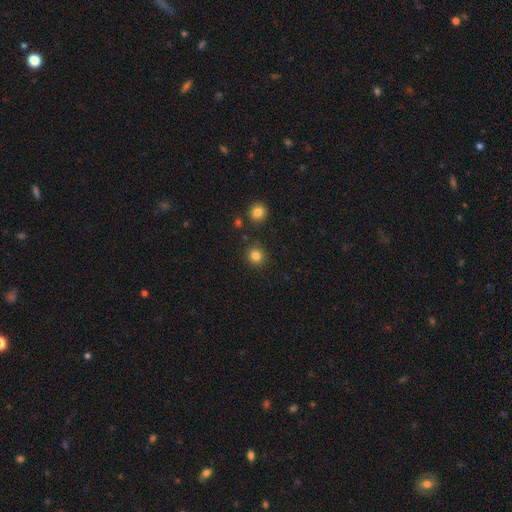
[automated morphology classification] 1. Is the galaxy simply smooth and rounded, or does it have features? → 83% smooth, 12% star or artifact, 4% featured or disk.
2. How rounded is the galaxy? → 92% round, 8% in between, 1% cigar-shaped.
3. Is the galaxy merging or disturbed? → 89% none, 6% minor disturbance, 3% merger, 2% major disturbance.